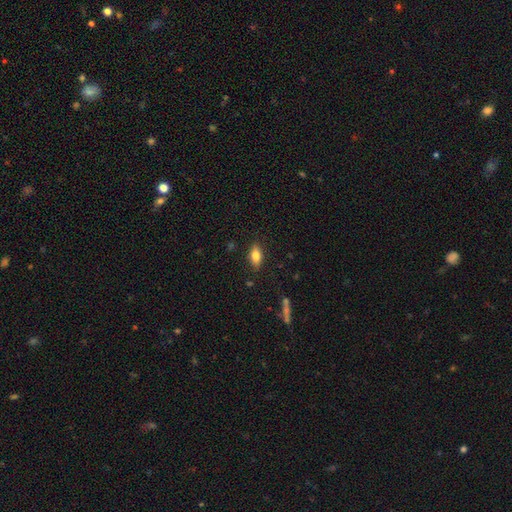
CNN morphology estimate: The model was most divided on "smooth or featured": smooth: 75%, featured or disk: 17%, star or artifact: 8%. More confident: merging — none (85%); how rounded — in between (84%).